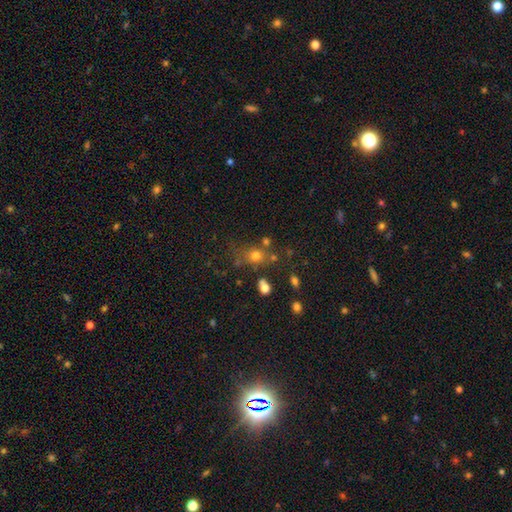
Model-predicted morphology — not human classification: Smooth or featured? smooth (67%)
How rounded? round (69%)
Merging? none (61%)